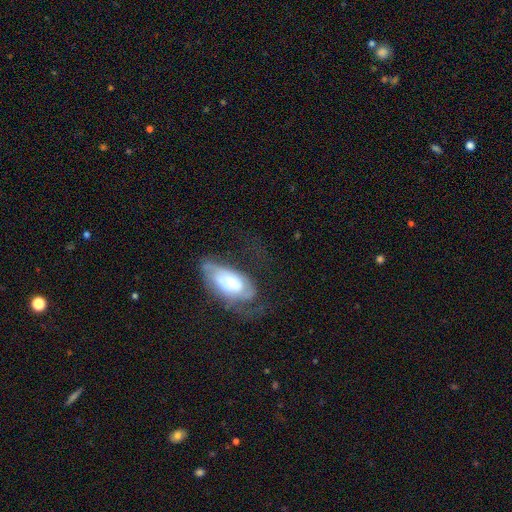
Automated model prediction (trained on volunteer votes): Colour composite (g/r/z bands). It shows a featured or disk galaxy (50%). Merging: none (58%).